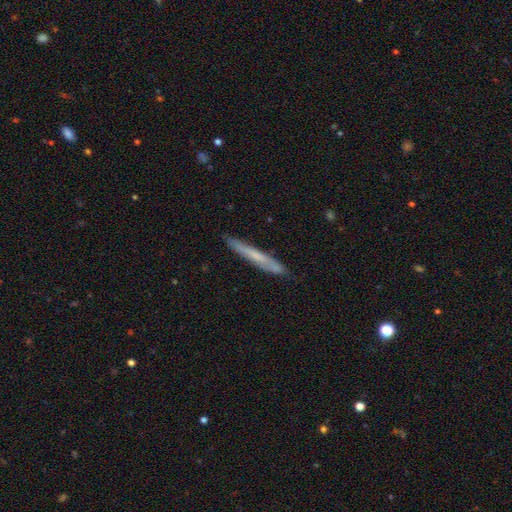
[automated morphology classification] type=smooth (53%); roundness=cigar-shaped (96%); merging=none (82%).